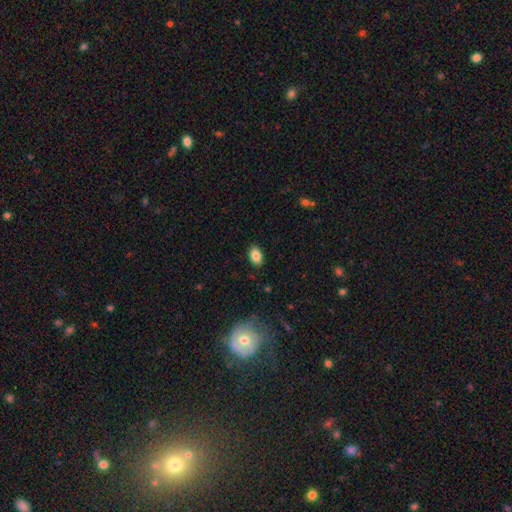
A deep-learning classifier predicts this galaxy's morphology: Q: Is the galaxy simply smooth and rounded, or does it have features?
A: smooth — 85%.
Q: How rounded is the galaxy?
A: in between — 89%.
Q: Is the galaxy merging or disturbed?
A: none — 87%.